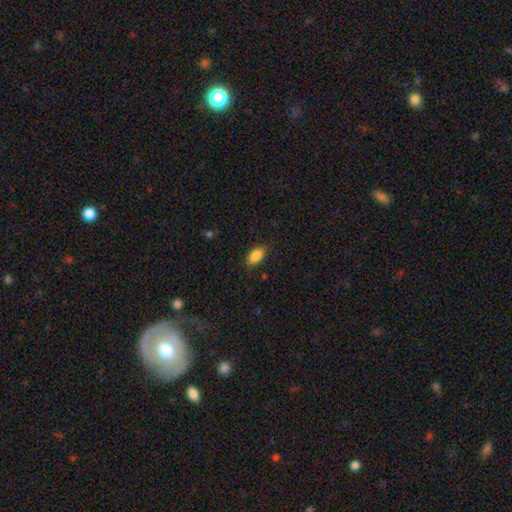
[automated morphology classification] smooth_or_featured: smooth (p=0.86) [alt: star or artifact p=0.08]
how_rounded: in between (p=0.90) [alt: cigar-shaped p=0.06]
merging: none (p=0.82) [alt: minor disturbance p=0.14]